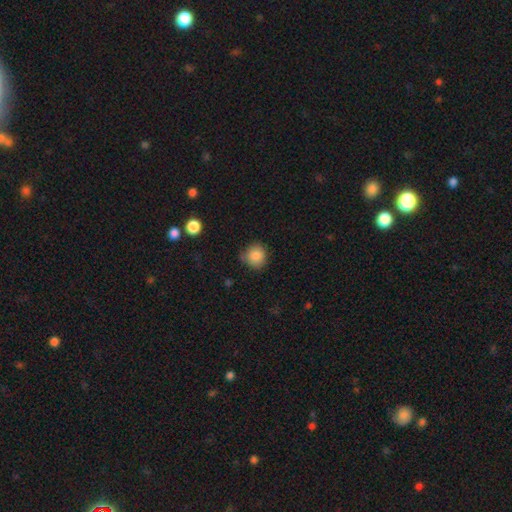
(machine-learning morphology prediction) Smooth or featured: smooth — 86% (star or artifact — 9%)
How rounded: round — 88% (in between — 11%)
Merging: none — 72% (minor disturbance — 21%)